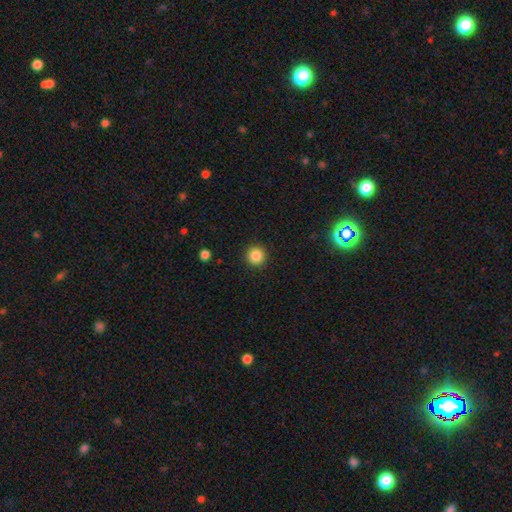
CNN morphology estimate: Overall: smooth (86%). How rounded: round (95%). Merging: none (92%).